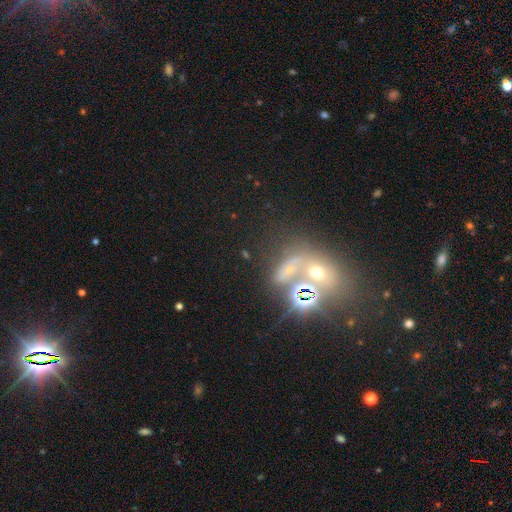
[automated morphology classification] This is marginally a star or artifact rather than a galaxy (45%).